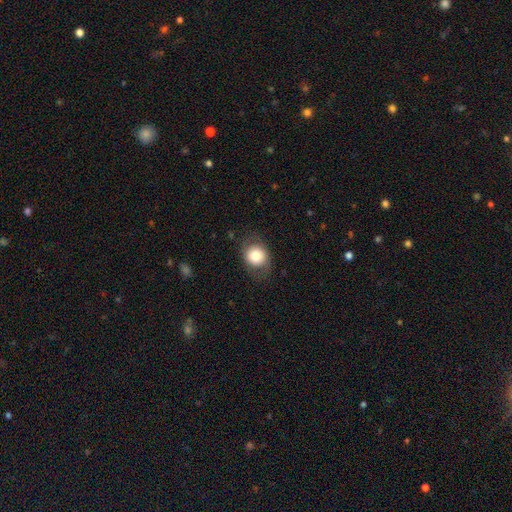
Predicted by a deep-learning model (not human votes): A smooth galaxy with no disk features (76%) that is round (67%). Merging: none (75%).